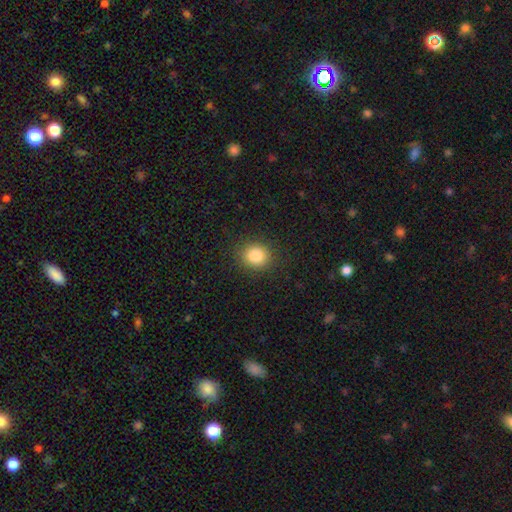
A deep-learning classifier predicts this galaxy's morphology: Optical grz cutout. It shows a smooth galaxy with no disk features (85%) that is round (80%). Merging: none (89%).